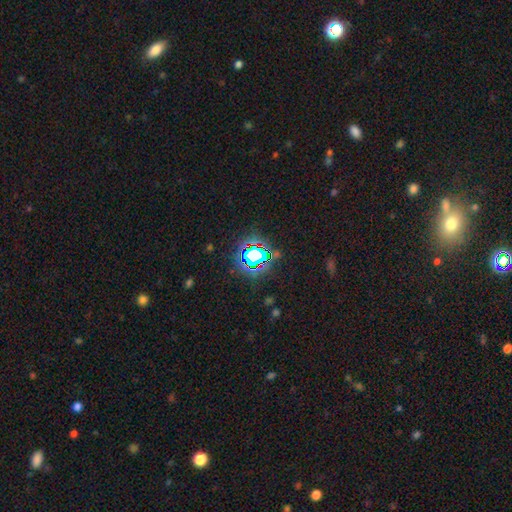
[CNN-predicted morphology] smooth_or_featured: star or artifact (p=0.69) [alt: smooth p=0.19]